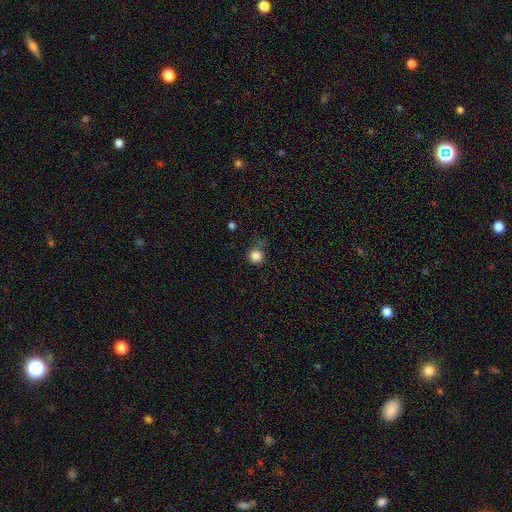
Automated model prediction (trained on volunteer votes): Smooth or featured?
  - smooth: 85% *
  - star or artifact: 11%
  - featured or disk: 4%
How rounded?
  - round: 94% *
  - in between: 5%
  - cigar-shaped: 1%
Merging?
  - none: 73% *
  - minor disturbance: 17%
  - major disturbance: 6%
  - merger: 4%